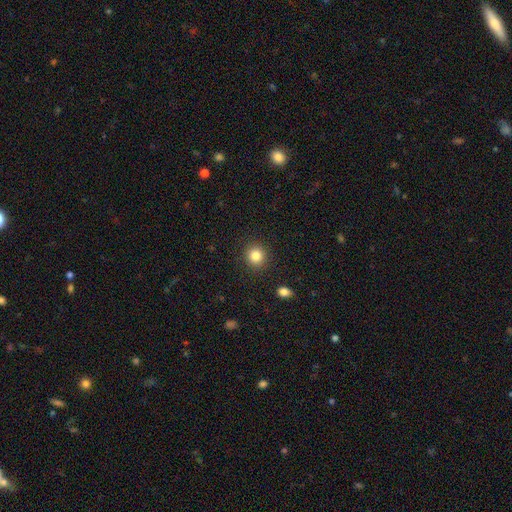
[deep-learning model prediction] smooth 84%, star or artifact 10%, featured or disk 5%. Down the decision tree: how rounded — round (89%); merging — none (90%).